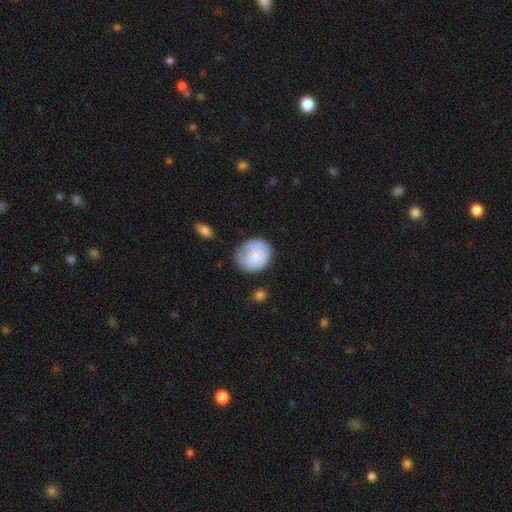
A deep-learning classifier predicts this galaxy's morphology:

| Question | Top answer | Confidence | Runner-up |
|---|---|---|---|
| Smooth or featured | smooth | 74% | featured or disk (19%) |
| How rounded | round | 79% | in between (20%) |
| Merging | none | 60% | minor disturbance (27%) |